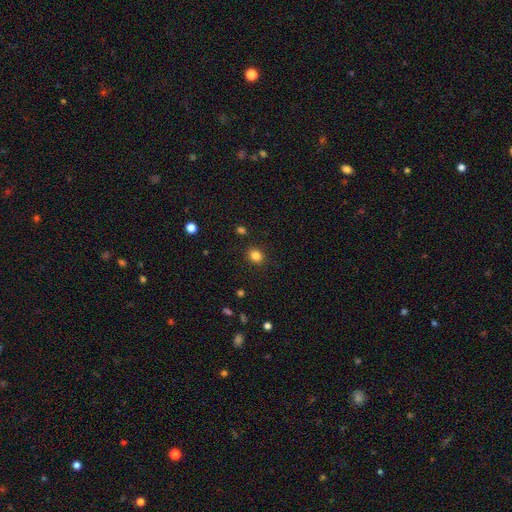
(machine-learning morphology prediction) smooth-or-featured: smooth: 83% | star or artifact: 12% | featured or disk: 5%
  how-rounded: round: 64% | in between: 35% | cigar-shaped: 1%
  merging: none: 89% | minor disturbance: 7% | major disturbance: 2% | merger: 2%